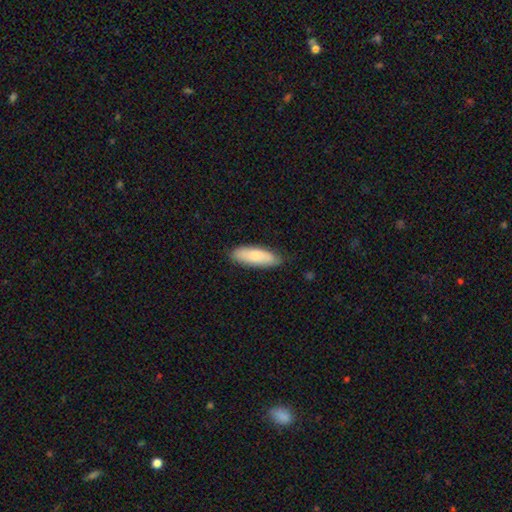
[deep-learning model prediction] This appears to be a smooth galaxy with no disk features (78%) that is in between round and cigar-shaped (57%). Merging: none (82%).